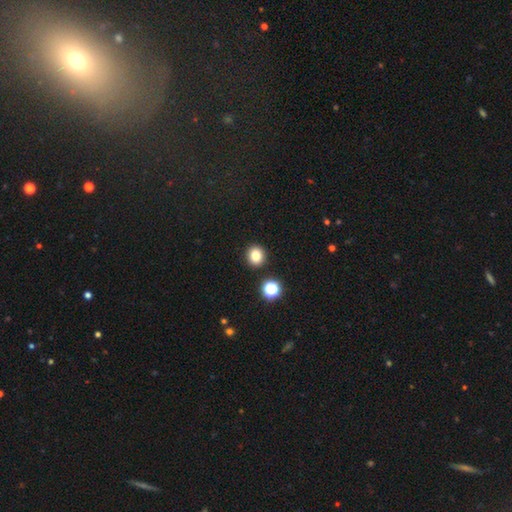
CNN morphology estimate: Smooth or featured? smooth (80%)
How rounded? round (83%)
Merging? none (89%)